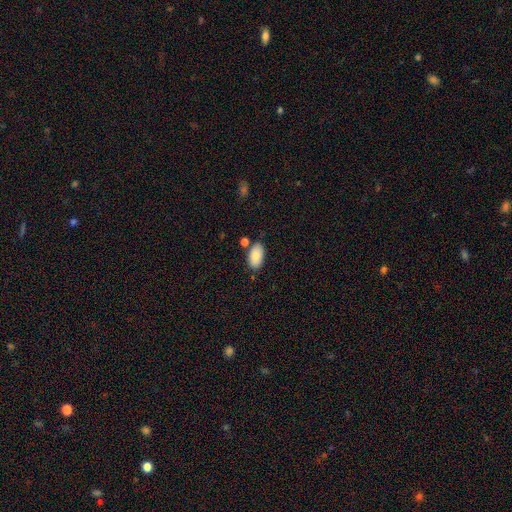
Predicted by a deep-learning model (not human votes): Smooth or featured? Predicted: smooth (p=0.84). How rounded? Predicted: in between (p=0.95). Merging? Predicted: none (p=0.76).